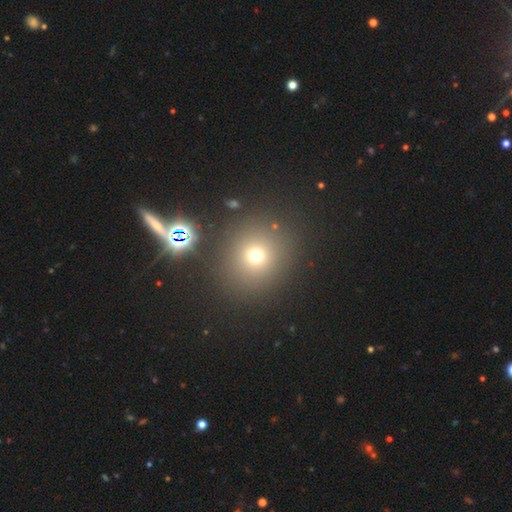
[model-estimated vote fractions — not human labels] Morphology: type=smooth (68%); roundness=round (85%); merging=none (83%).